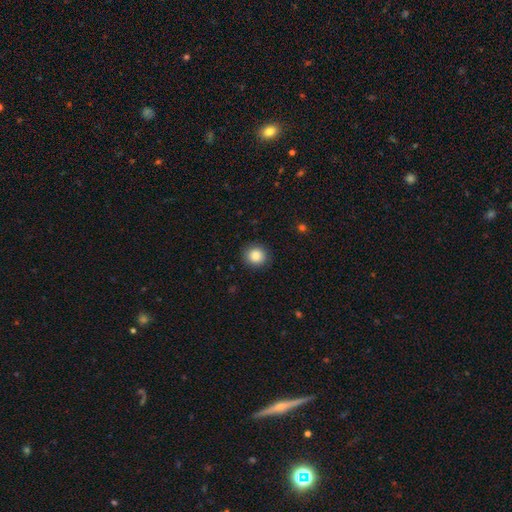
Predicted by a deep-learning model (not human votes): Morphology: type=smooth (86%); roundness=round (89%); merging=none (90%).